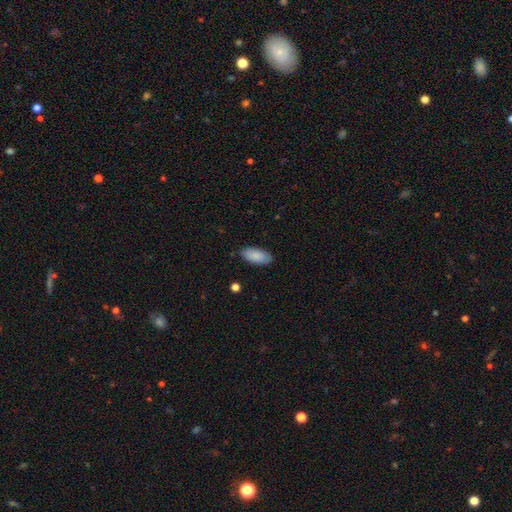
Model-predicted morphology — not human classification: Smooth or featured?
  - smooth: 88% *
  - featured or disk: 6%
  - star or artifact: 6%
How rounded?
  - in between: 90% *
  - cigar-shaped: 8%
  - round: 2%
Merging?
  - none: 86% *
  - minor disturbance: 11%
  - major disturbance: 2%
  - merger: 1%